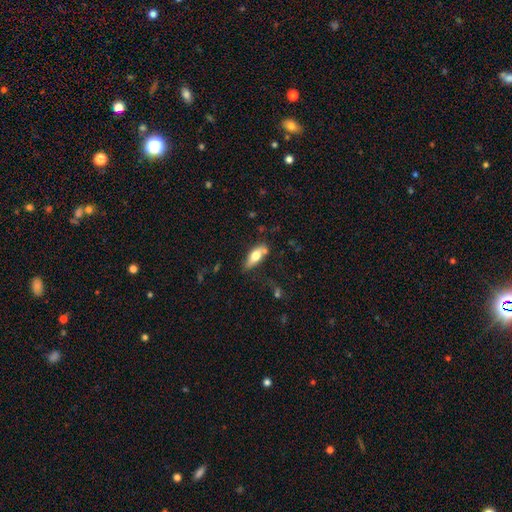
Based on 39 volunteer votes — A smooth galaxy with no disk features (77%) that is in between round and cigar-shaped (53%).

Vote fractions:
- Smooth or featured? smooth: 77% / featured or disk: 18% / star or artifact: 5%
- How rounded? in between: 53% / cigar-shaped: 43% / round: 3%
- Merging? none: 41% / minor disturbance: 35% / merger: 14% / major disturbance: 11%